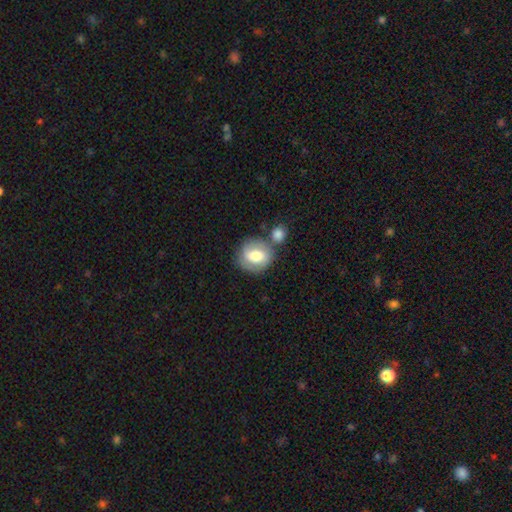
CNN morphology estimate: smooth-or-featured: smooth: 62% | featured or disk: 31% | star or artifact: 7%
  how-rounded: round: 69% | in between: 30% | cigar-shaped: 1%
  merging: none: 55% | merger: 25% | minor disturbance: 15% | major disturbance: 6%